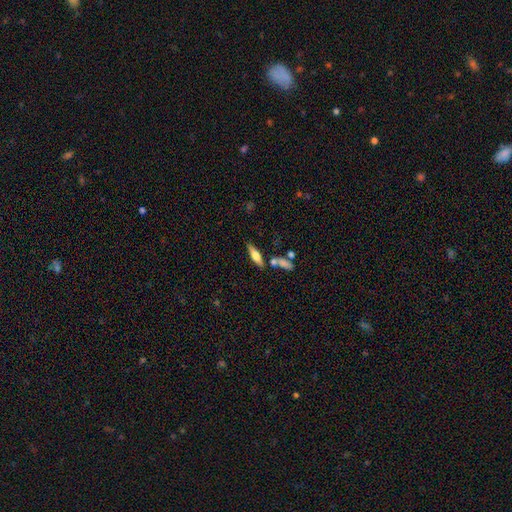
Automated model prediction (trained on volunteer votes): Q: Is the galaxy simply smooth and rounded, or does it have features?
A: smooth — 48%.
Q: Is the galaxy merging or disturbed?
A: none — 71%.